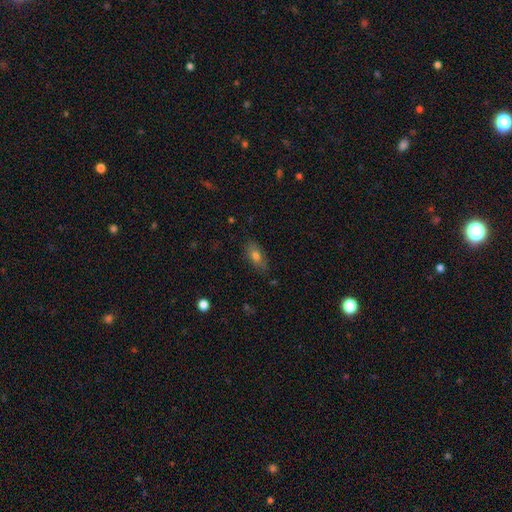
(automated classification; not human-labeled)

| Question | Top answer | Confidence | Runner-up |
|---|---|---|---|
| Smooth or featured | smooth | 73% | featured or disk (17%) |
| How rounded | in between | 82% | cigar-shaped (12%) |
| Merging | none | 79% | minor disturbance (16%) |